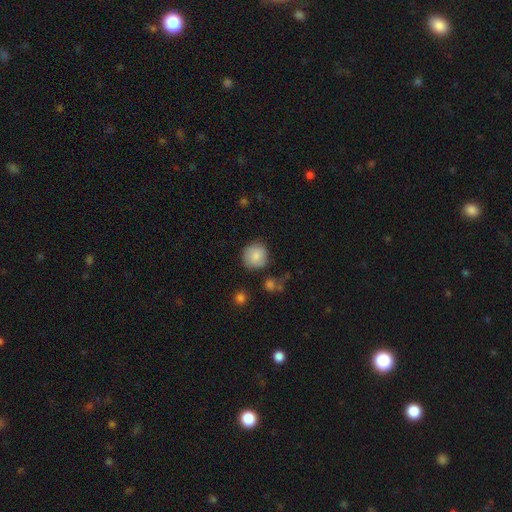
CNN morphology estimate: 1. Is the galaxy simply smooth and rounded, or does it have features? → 84% smooth, 8% featured or disk, 8% star or artifact.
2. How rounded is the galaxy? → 90% round, 9% in between, 1% cigar-shaped.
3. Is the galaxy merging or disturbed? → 78% none, 14% minor disturbance, 4% major disturbance, 4% merger.